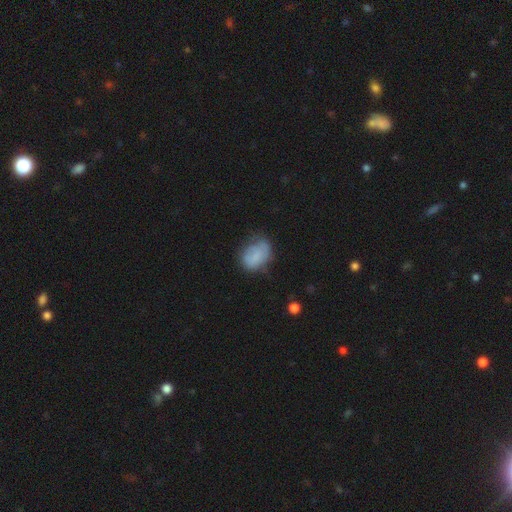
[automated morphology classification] A smooth galaxy with no disk features (71%) that is in between round and cigar-shaped (73%). Merging: none (44%).